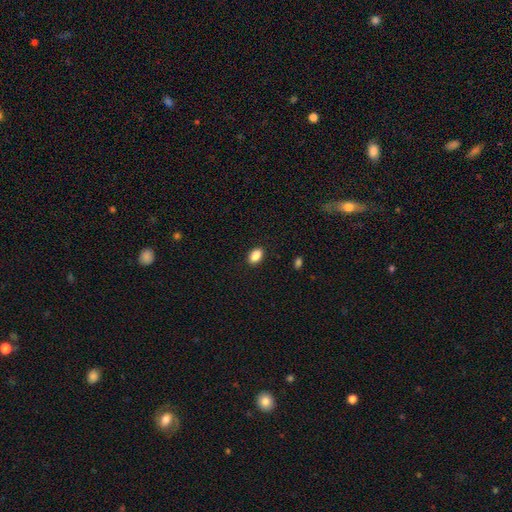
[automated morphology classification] Smooth or featured?
  - smooth: 88% *
  - star or artifact: 8%
  - featured or disk: 4%
How rounded?
  - in between: 87% *
  - round: 12%
  - cigar-shaped: 2%
Merging?
  - none: 89% *
  - minor disturbance: 8%
  - major disturbance: 2%
  - merger: 1%